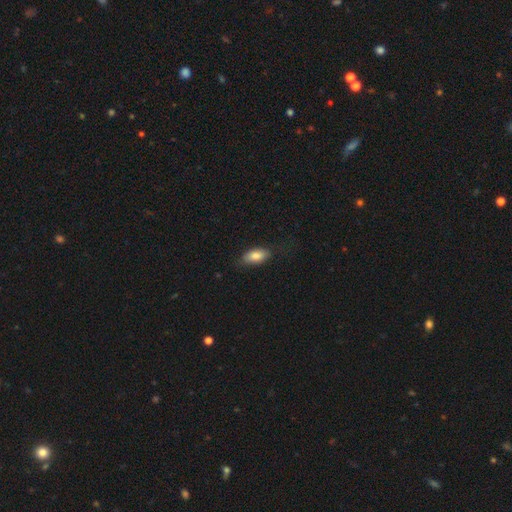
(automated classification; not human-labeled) smooth_or_featured: smooth (p=0.83) [alt: featured or disk p=0.11]
how_rounded: in between (p=0.89) [alt: cigar-shaped p=0.07]
merging: none (p=0.75) [alt: minor disturbance p=0.19]